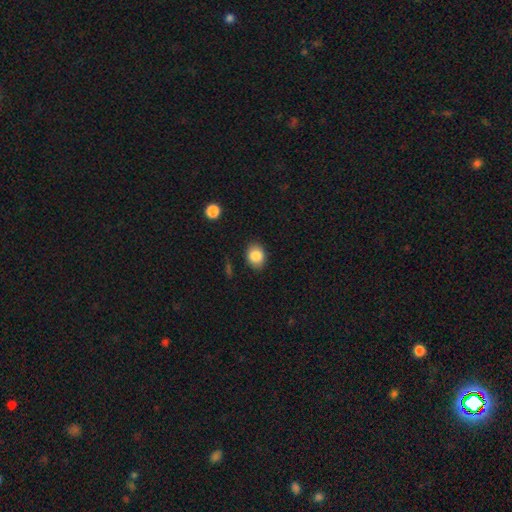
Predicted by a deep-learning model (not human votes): smooth 85%, star or artifact 9%, featured or disk 6%. Down the decision tree: how rounded — in between (50%); merging — none (85%).